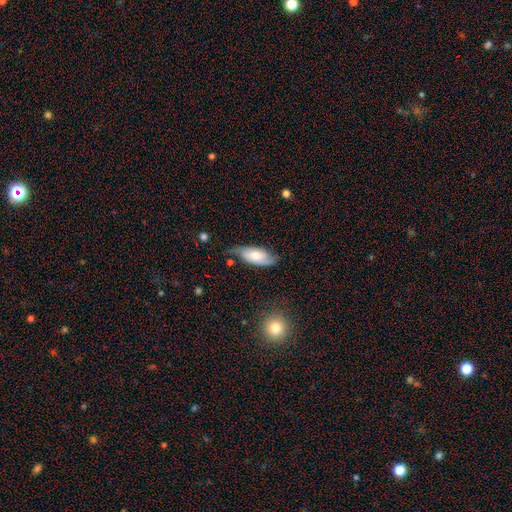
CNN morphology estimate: Smooth or featured? smooth (50%)
How rounded? in between (86%)
Merging? none (58%)